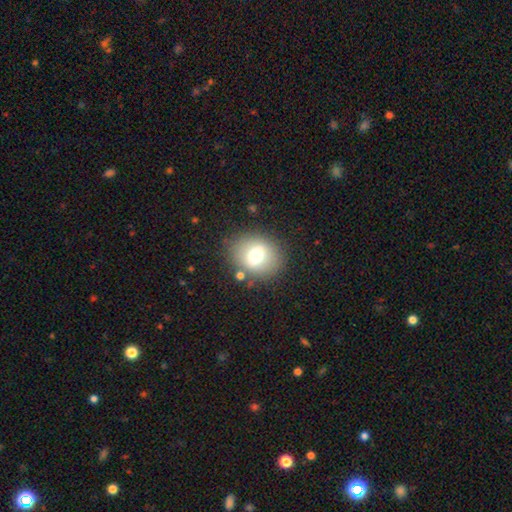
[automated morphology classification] smooth_or_featured: smooth (p=0.64) [alt: featured or disk p=0.24]
how_rounded: round (p=0.59) [alt: in between p=0.40]
merging: none (p=0.80) [alt: minor disturbance p=0.11]